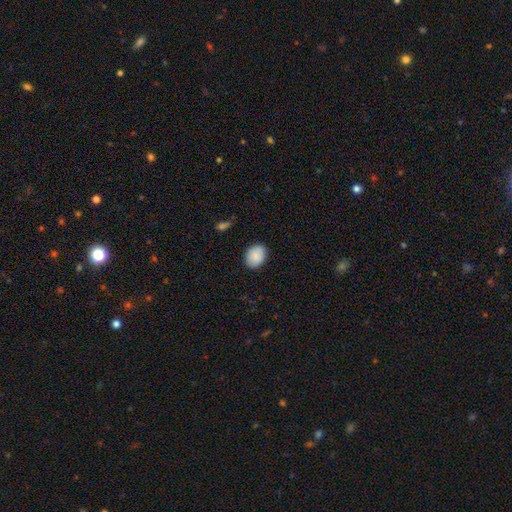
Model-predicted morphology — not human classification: Smooth or featured?
  - smooth: 90% *
  - star or artifact: 6%
  - featured or disk: 4%
How rounded?
  - in between: 70% *
  - round: 29%
  - cigar-shaped: 1%
Merging?
  - none: 87% *
  - minor disturbance: 10%
  - major disturbance: 2%
  - merger: 1%